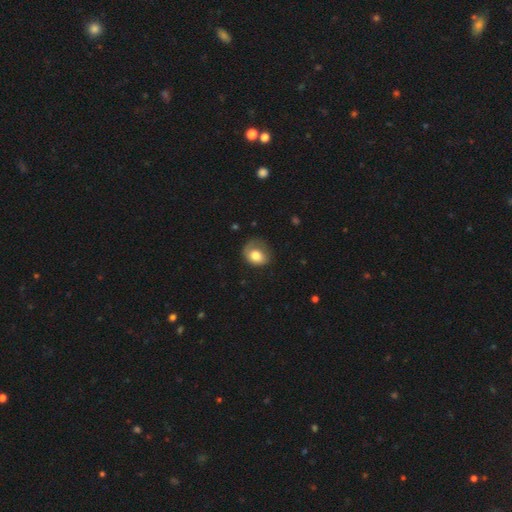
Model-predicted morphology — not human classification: This appears to be a smooth galaxy with no disk features (72%) that is round (54%). Merging: none (45%).